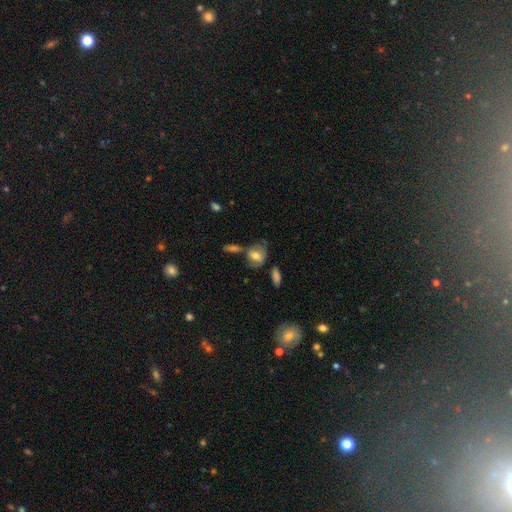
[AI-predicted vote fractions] Smooth or featured: smooth — 67% (featured or disk — 23%)
How rounded: in between — 54% (round — 44%)
Merging: none — 49% (minor disturbance — 22%)